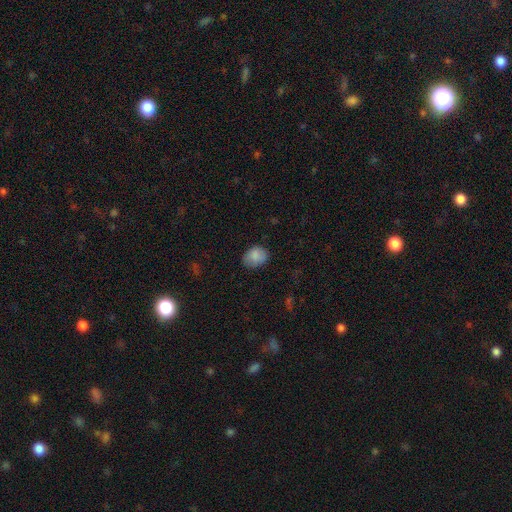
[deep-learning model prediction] smooth 85%, star or artifact 8%, featured or disk 7%. Down the decision tree: how rounded — in between (63%); merging — none (74%).